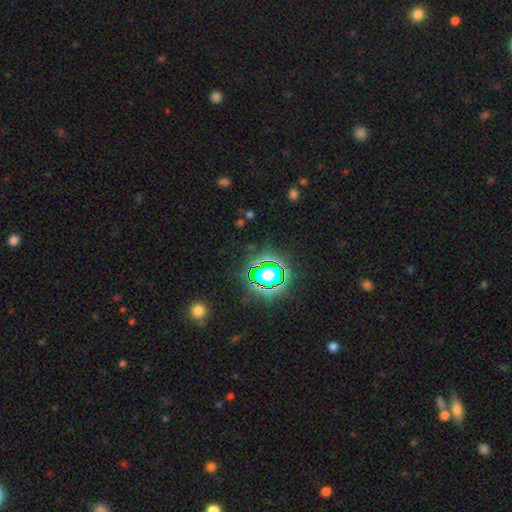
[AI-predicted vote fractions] A star or artifact, not a galaxy (78%).

Vote fractions:
- Smooth or featured? star or artifact: 78% / smooth: 14% / featured or disk: 8%